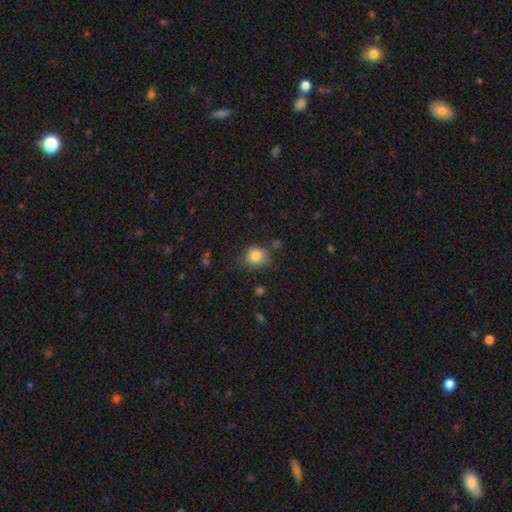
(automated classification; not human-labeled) smooth-or-featured: smooth: 84% | star or artifact: 10% | featured or disk: 5%
  how-rounded: round: 81% | in between: 18% | cigar-shaped: 1%
  merging: none: 73% | minor disturbance: 18% | major disturbance: 5% | merger: 5%